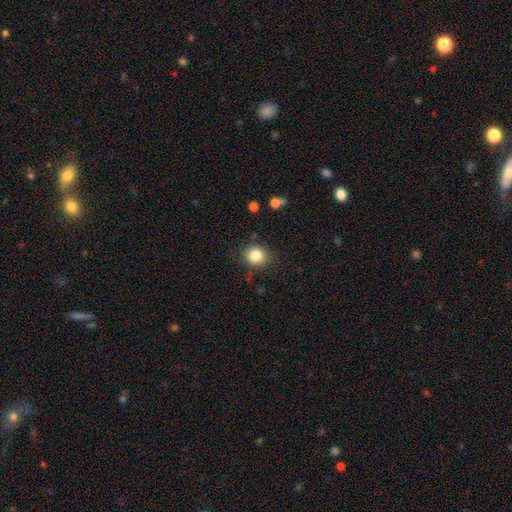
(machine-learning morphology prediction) smooth_or_featured: smooth (p=0.83) [alt: star or artifact p=0.11]
how_rounded: round (p=0.77) [alt: in between p=0.22]
merging: none (p=0.83) [alt: minor disturbance p=0.12]